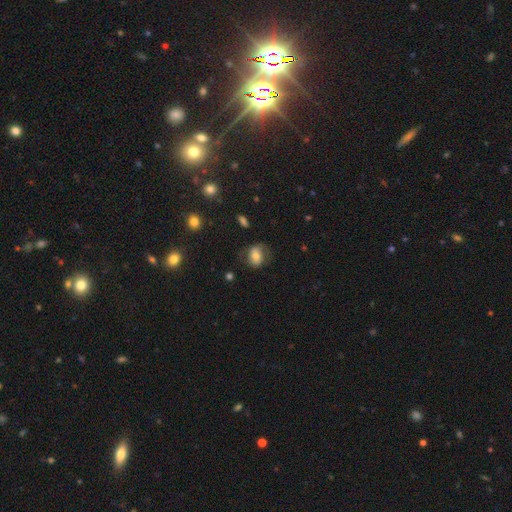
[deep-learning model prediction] smooth_or_featured: smooth (p=0.51) [alt: featured or disk p=0.40]
how_rounded: in between (p=0.61) [alt: round p=0.38]
merging: none (p=0.62) [alt: minor disturbance p=0.22]